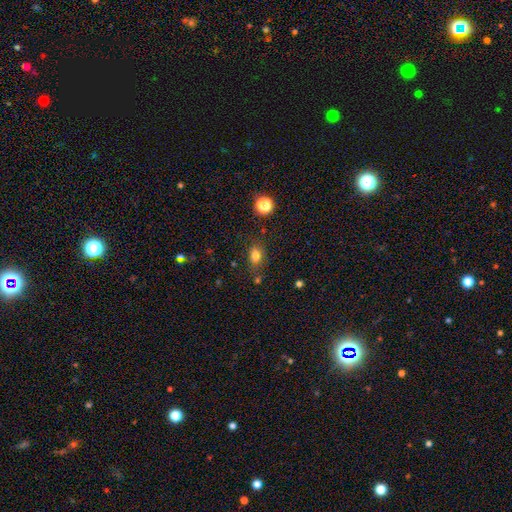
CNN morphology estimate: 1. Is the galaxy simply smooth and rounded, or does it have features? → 80% smooth, 13% star or artifact, 7% featured or disk.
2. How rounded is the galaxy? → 66% in between, 32% round, 2% cigar-shaped.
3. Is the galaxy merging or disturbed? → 75% none, 15% minor disturbance, 5% merger, 4% major disturbance.